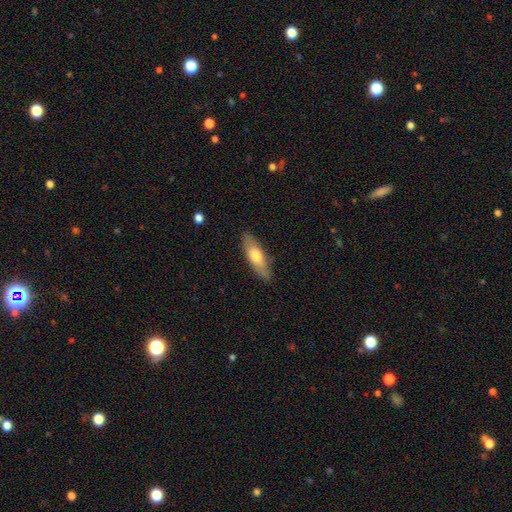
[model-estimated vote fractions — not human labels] This appears to be a smooth galaxy with no disk features (64%) that is in between round and cigar-shaped (55%). Merging: none (82%).